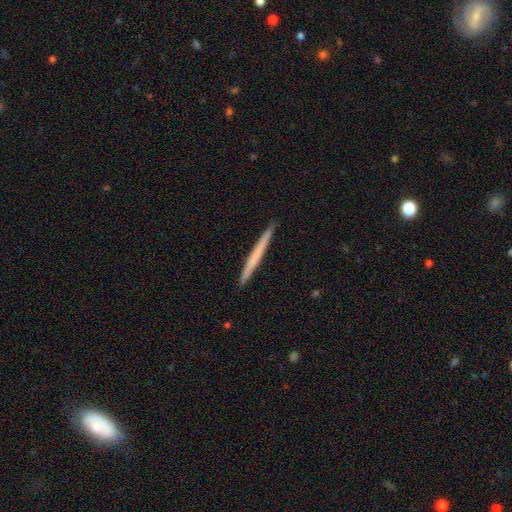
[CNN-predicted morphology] Smooth or featured: smooth — 53% (featured or disk — 41%)
How rounded: cigar-shaped — 97% (in between — 1%)
Merging: none — 93% (minor disturbance — 5%)